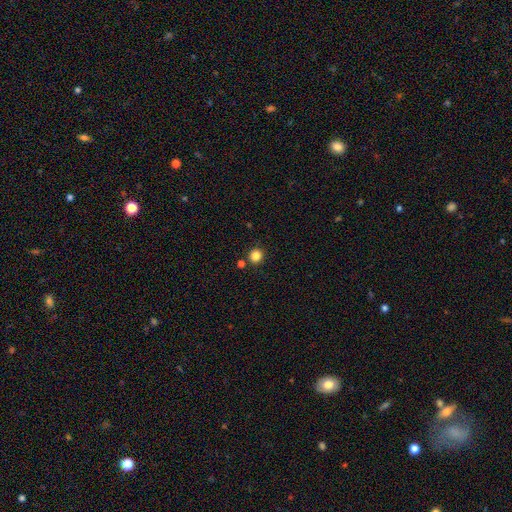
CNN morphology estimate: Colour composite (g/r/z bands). It shows a smooth galaxy with no disk features (84%) that is round (90%). Merging: none (85%).